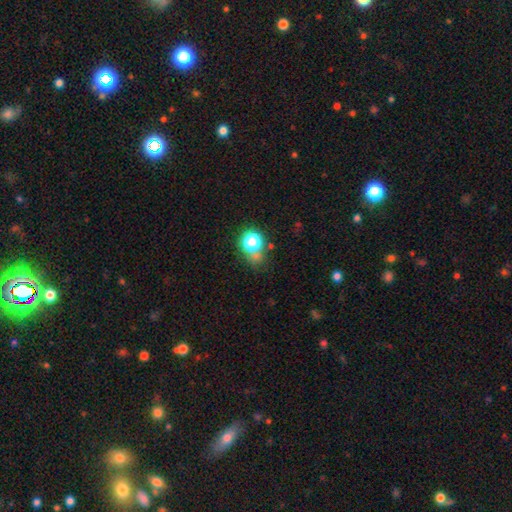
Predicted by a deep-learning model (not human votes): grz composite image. It shows a smooth galaxy with no disk features (66%) that is round (78%). Merging: none (58%).